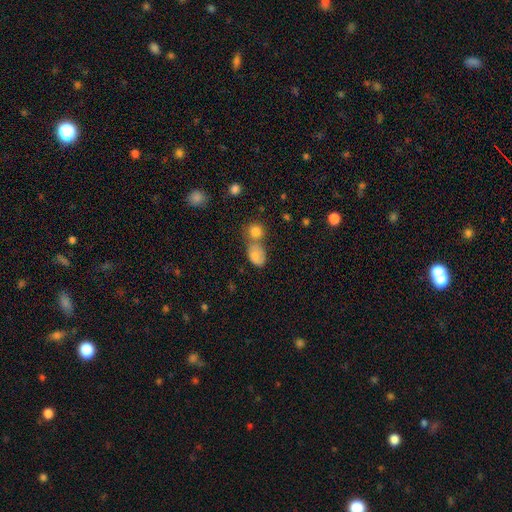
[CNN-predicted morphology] Smooth or featured: smooth — 70% (featured or disk — 20%)
How rounded: in between — 74% (round — 24%)
Merging: merger — 44% (none — 34%)